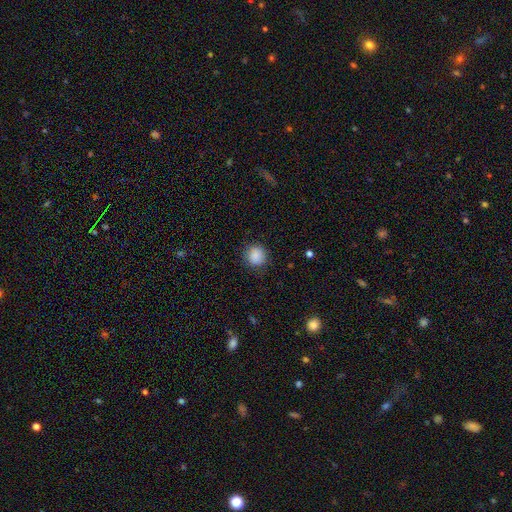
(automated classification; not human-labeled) Morphology: type=smooth (88%); roundness=round (90%); merging=none (85%).